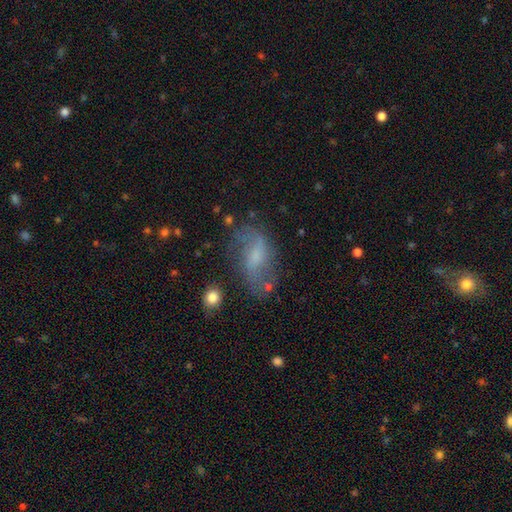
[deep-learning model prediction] Smooth or featured? featured or disk (62%)
Edge-on disk? no (94%)
Bar? weak (50%)
Spiral arms? yes (83%)
Bulge size? small (39%)
Merging? none (61%)